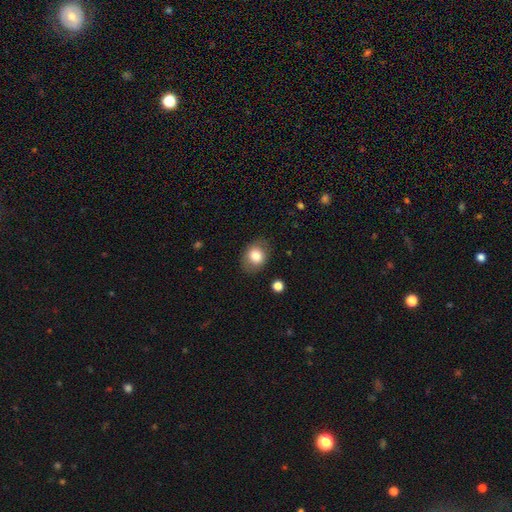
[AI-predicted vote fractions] smooth_or_featured: smooth (p=0.80) [alt: featured or disk p=0.12]
how_rounded: in between (p=0.54) [alt: round p=0.46]
merging: none (p=0.82) [alt: minor disturbance p=0.13]